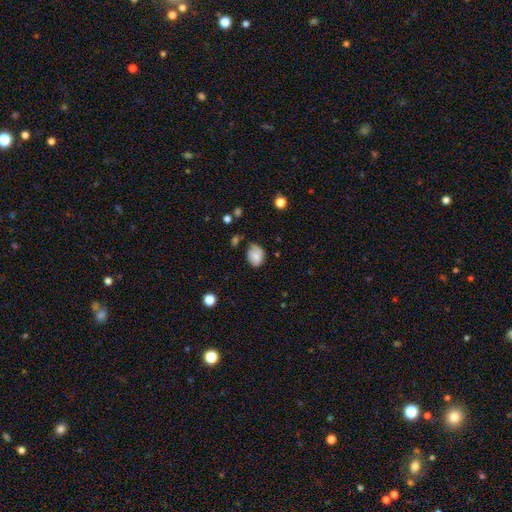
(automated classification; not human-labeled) smooth 80%, featured or disk 12%, star or artifact 8%. Down the decision tree: how rounded — in between (62%); merging — none (60%).